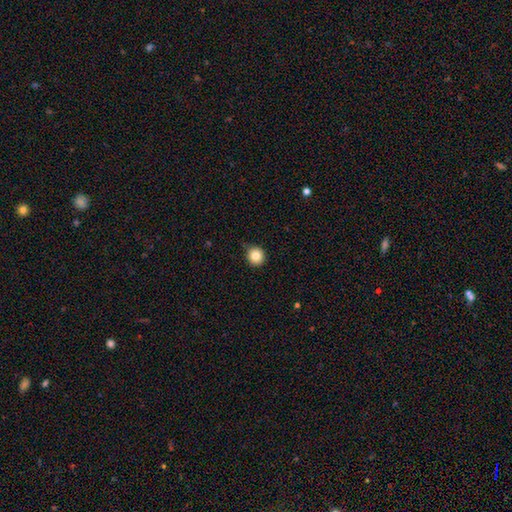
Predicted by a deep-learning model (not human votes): Morphology: type=smooth (83%); roundness=round (93%); merging=none (87%).